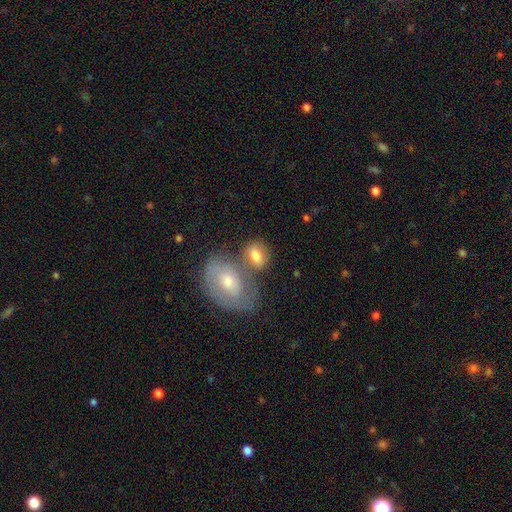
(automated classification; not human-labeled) A smooth galaxy with no disk features (72%) that is in between round and cigar-shaped (74%).

Vote fractions:
- Smooth or featured? smooth: 72% / featured or disk: 21% / star or artifact: 7%
- How rounded? in between: 74% / round: 23% / cigar-shaped: 2%
- Merging? none: 41% / merger: 38% / minor disturbance: 14% / major disturbance: 6%